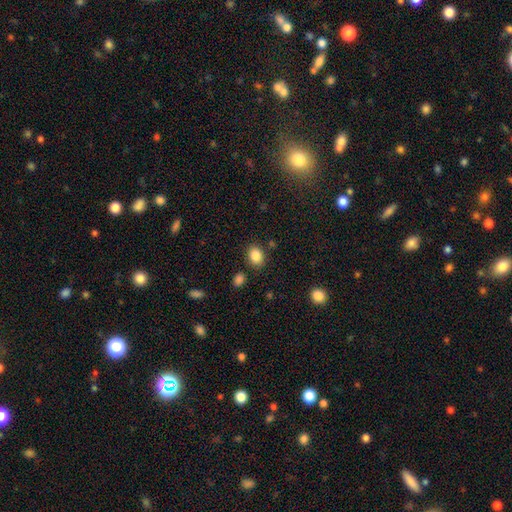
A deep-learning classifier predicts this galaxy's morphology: Overall: smooth (86%). How rounded: in between (64%; round 35%). Merging: none (82%).